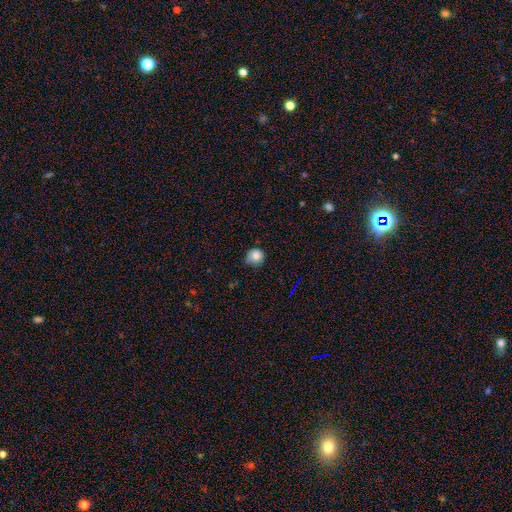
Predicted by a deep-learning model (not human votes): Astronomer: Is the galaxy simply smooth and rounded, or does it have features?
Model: smooth — 81%.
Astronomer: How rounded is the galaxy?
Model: round — 88%.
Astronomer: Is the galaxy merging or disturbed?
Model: none — 64%.